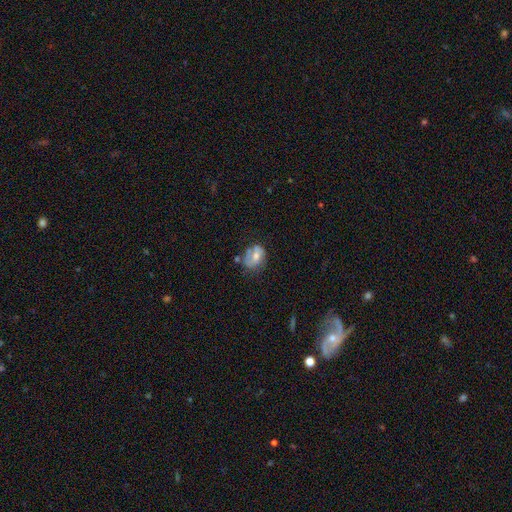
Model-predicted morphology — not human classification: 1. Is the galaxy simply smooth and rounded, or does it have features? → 47% featured or disk, 43% smooth, 10% star or artifact.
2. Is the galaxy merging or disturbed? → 54% none, 27% minor disturbance, 12% major disturbance, 7% merger.